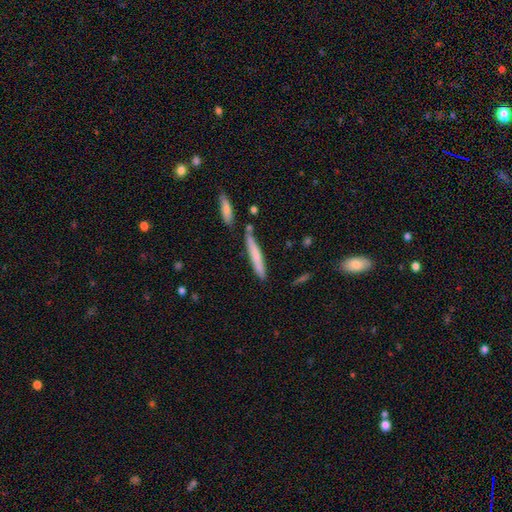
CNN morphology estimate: A smooth galaxy with no disk features (70%) that is cigar-shaped (94%).

Vote fractions:
- Smooth or featured? smooth: 70% / featured or disk: 24% / star or artifact: 6%
- How rounded? cigar-shaped: 94% / in between: 5% / round: 1%
- Merging? none: 74% / minor disturbance: 14% / merger: 9% / major disturbance: 3%